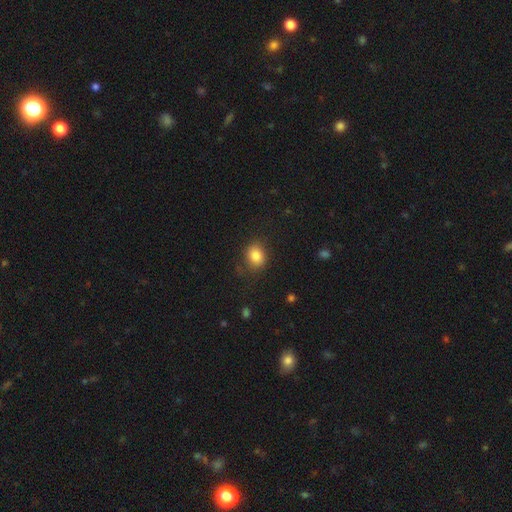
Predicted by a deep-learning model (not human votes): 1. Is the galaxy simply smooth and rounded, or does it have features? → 84% smooth, 10% star or artifact, 7% featured or disk.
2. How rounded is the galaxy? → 52% round, 47% in between, 1% cigar-shaped.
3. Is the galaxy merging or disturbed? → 78% none, 15% minor disturbance, 5% major disturbance, 1% merger.